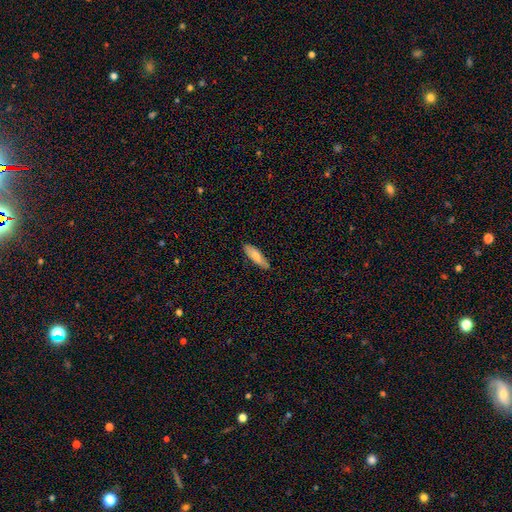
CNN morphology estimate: This is likely a smooth galaxy (76%). How rounded: possibly cigar-shaped (59%). Merging: clearly none (83%).